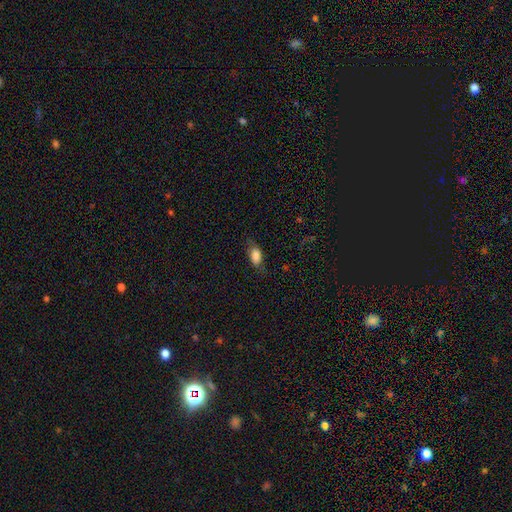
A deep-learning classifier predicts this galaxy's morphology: Smooth or featured: smooth — 82% (featured or disk — 10%)
How rounded: in between — 88% (round — 6%)
Merging: none — 66% (minor disturbance — 24%)